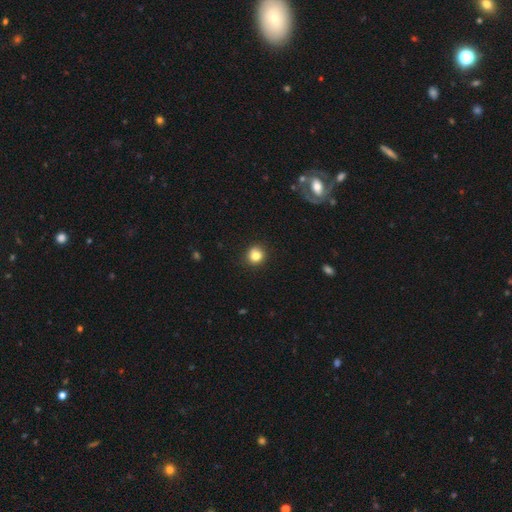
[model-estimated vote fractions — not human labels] Q: Smooth or featured?
A: smooth (81%); runner-up: star or artifact (11%)
Q: How rounded?
A: round (86%); runner-up: in between (13%)
Q: Merging?
A: none (85%); runner-up: minor disturbance (11%)